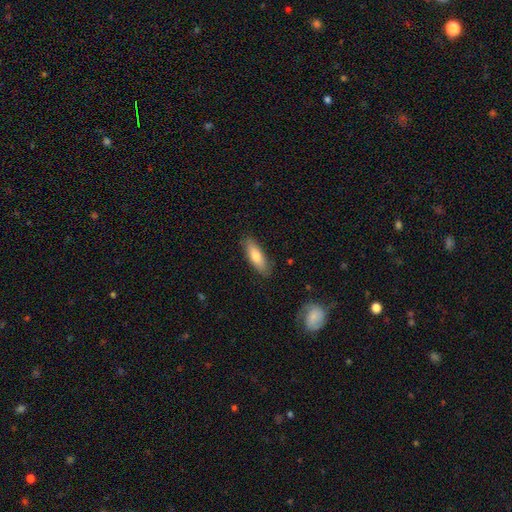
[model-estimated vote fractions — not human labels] This appears to be a smooth galaxy with no disk features (76%) that is in between round and cigar-shaped (56%). Merging: none (84%).